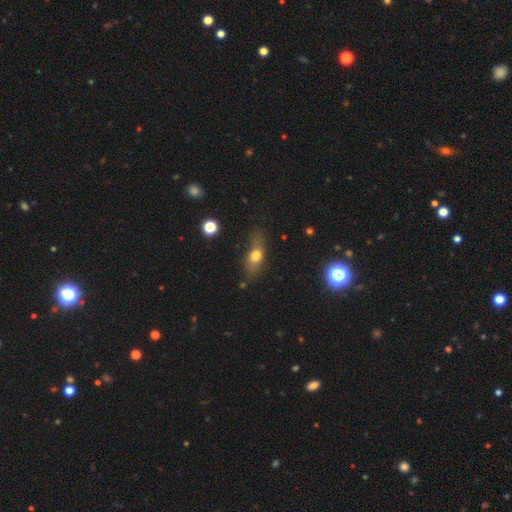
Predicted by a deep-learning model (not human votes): A smooth galaxy with no disk features (65%) that is in between round and cigar-shaped (66%). Merging: none (62%).